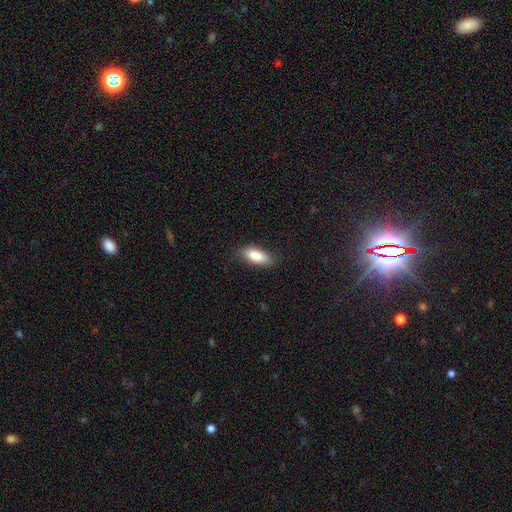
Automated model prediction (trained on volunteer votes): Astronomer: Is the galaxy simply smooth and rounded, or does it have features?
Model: smooth — 86%.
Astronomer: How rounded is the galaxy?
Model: in between — 81%.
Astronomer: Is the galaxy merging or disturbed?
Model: none — 80%.